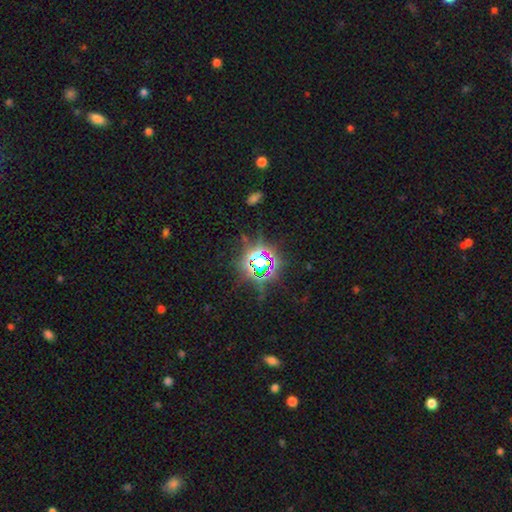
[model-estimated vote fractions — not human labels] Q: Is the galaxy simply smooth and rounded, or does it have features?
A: star or artifact — 77%.